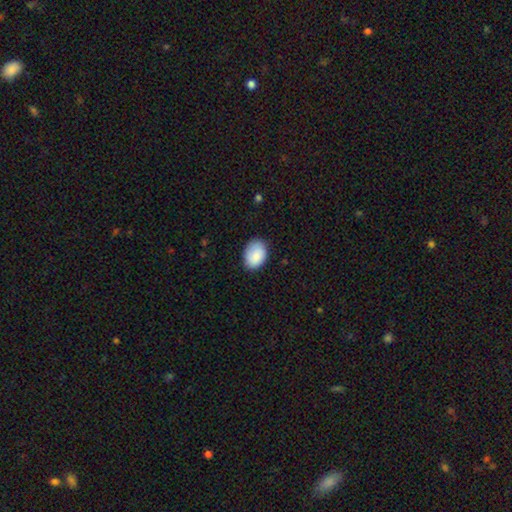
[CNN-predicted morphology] This appears to be a smooth galaxy with no disk features (87%) that is in between round and cigar-shaped (76%). Merging: none (80%).